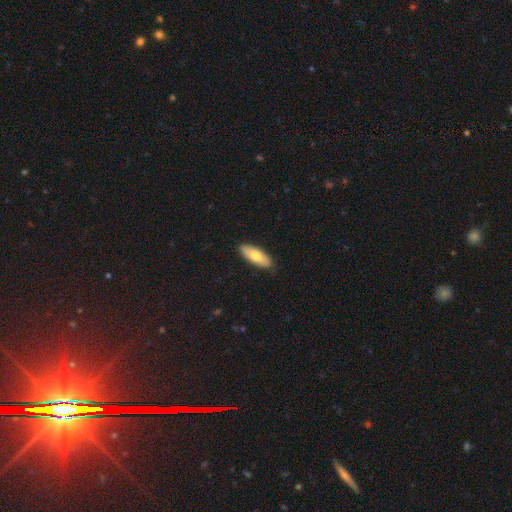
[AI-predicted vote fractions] smooth-or-featured: smooth: 73% | featured or disk: 22% | star or artifact: 5%
  how-rounded: in between: 71% | cigar-shaped: 27% | round: 2%
  merging: none: 88% | minor disturbance: 10% | major disturbance: 2% | merger: 1%